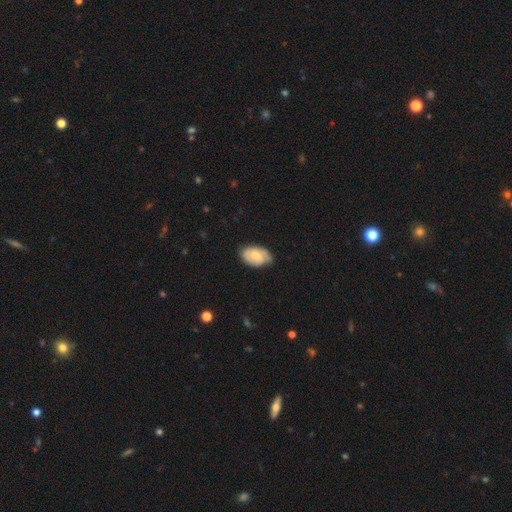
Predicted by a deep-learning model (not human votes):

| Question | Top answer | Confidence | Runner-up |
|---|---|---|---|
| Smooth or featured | smooth | 52% | featured or disk (41%) |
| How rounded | in between | 90% | round (9%) |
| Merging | none | 69% | minor disturbance (25%) |